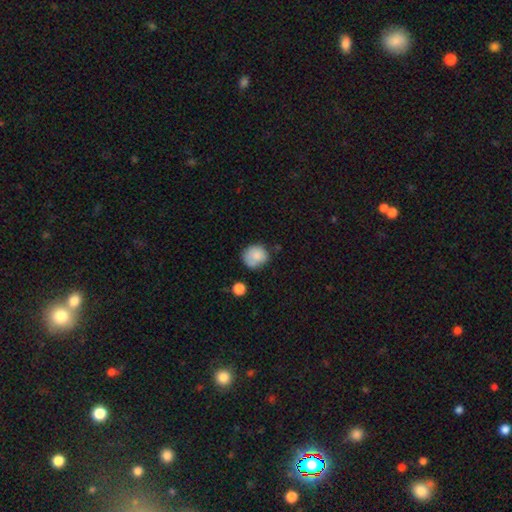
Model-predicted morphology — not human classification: A smooth galaxy with no disk features (79%) that is round (79%). Merging: none (58%).